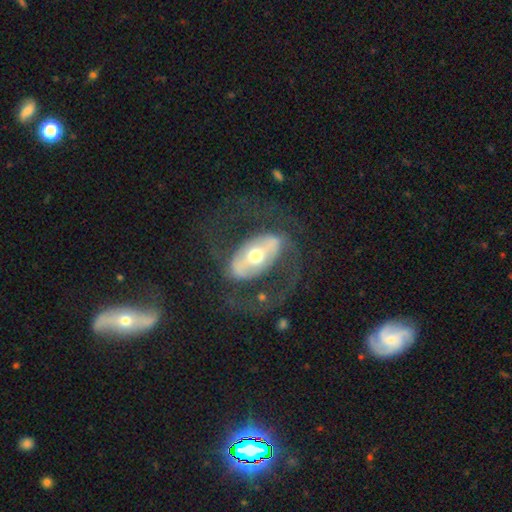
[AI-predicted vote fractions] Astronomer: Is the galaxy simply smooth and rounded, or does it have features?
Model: featured or disk — 78%.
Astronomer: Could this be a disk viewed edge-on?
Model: no — 92%.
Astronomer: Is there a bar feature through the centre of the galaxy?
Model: strong — 50% (runner-up: weak, 27%).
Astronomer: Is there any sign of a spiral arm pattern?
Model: yes — 65%.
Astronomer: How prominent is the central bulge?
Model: moderate — 68%.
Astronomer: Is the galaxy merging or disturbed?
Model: none — 62%.